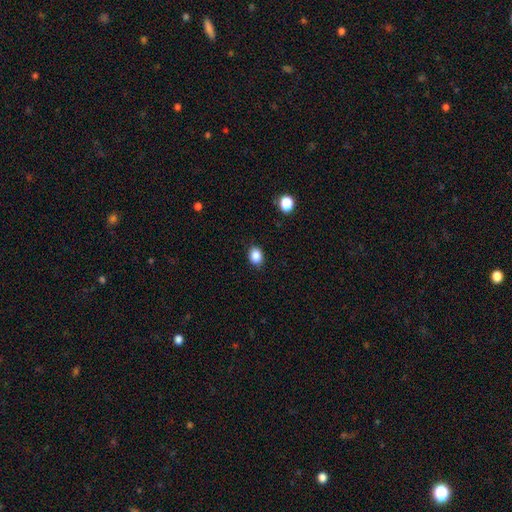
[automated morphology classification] smooth 87%, star or artifact 10%, featured or disk 4%. Down the decision tree: how rounded — in between (57%); merging — none (87%).